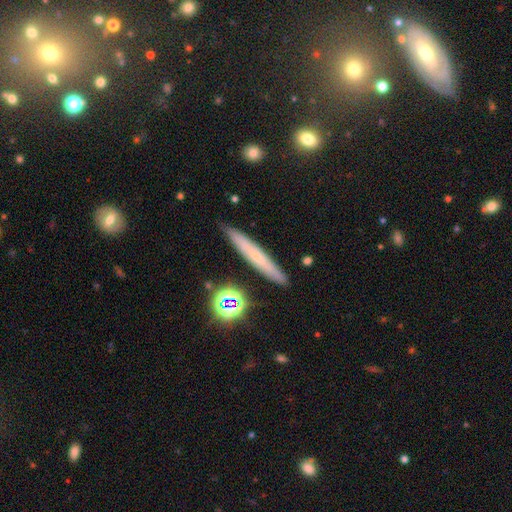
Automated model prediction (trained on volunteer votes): Smooth or featured? Predicted: smooth (p=0.55). How rounded? Predicted: cigar-shaped (p=0.94). Merging? Predicted: none (p=0.88).